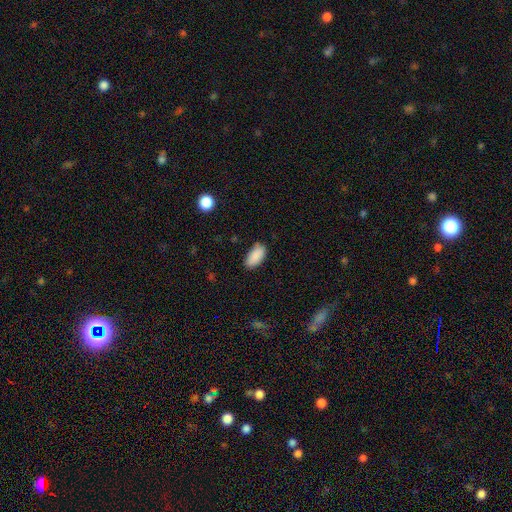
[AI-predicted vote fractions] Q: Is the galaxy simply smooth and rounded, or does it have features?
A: smooth — 89%.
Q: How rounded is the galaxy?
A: in between — 94%.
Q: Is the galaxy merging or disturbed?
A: none — 76%.